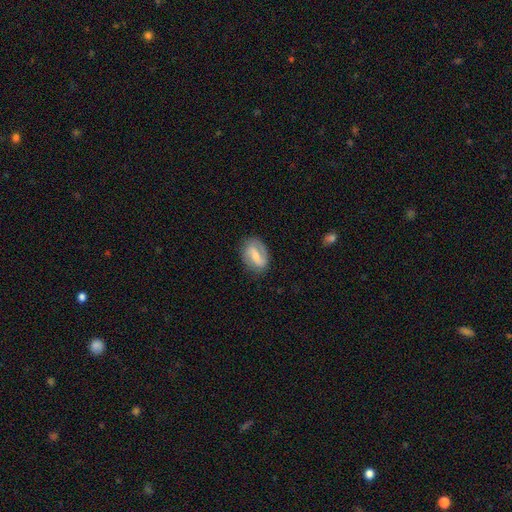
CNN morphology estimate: smooth-or-featured: featured or disk: 65% | smooth: 29% | star or artifact: 6%
  disk-edge-on: no: 96% | yes: 4%
    bar: weak: 45% | strong: 35% | no: 19%
    has-spiral-arms: yes: 86% | no: 14%
      spiral-winding: medium: 42% | loose: 30% | tight: 28%
      spiral-arm-count: 2: 75% | 1: 12% | can't tell: 9% | 3: 1% | 4: 1% | more than 4: 1%
    bulge-size: small: 49% | moderate: 37% | none: 10% | large: 4% | dominant: 1%
  merging: none: 75% | minor disturbance: 17% | major disturbance: 6% | merger: 1%